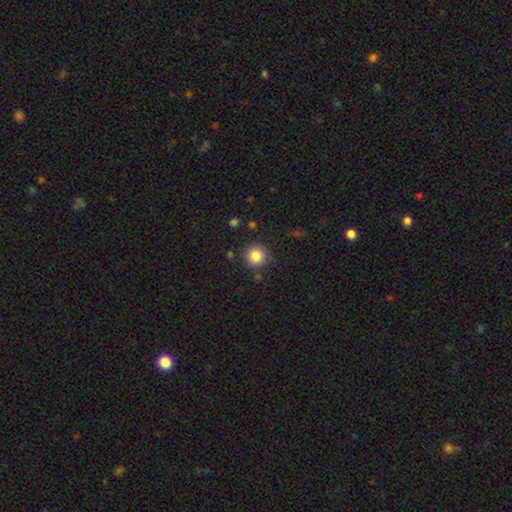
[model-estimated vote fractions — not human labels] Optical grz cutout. It shows a smooth galaxy with no disk features (84%) that is round (94%). Merging: none (86%).